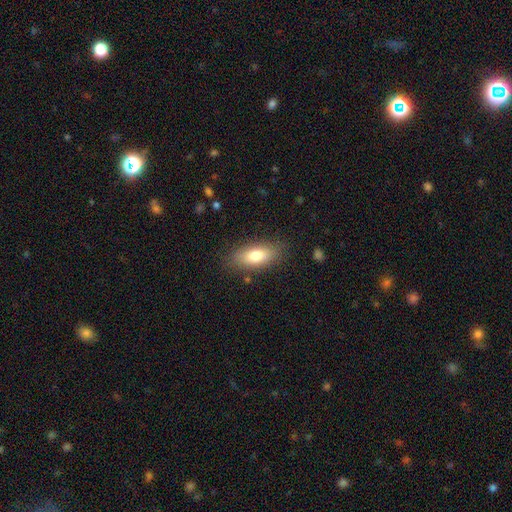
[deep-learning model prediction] Morphology: type=smooth (76%); roundness=in between (80%); merging=none (83%).